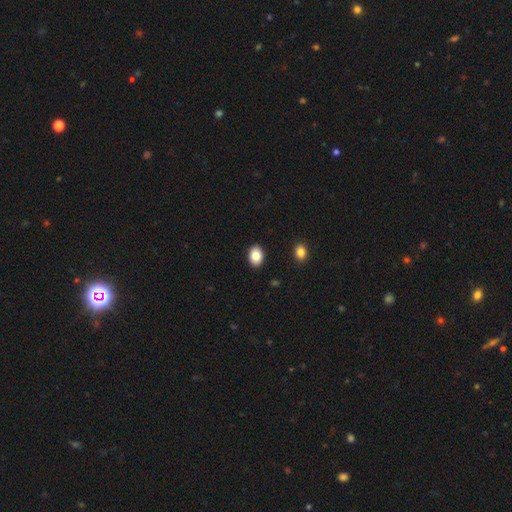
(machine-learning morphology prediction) Smooth or featured? smooth (85%)
How rounded? in between (77%)
Merging? none (90%)